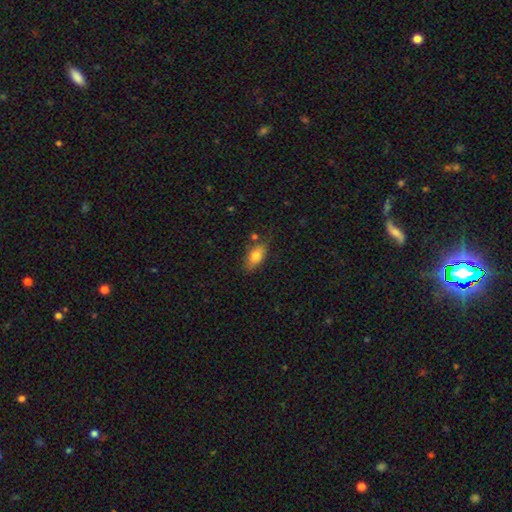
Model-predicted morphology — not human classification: A smooth galaxy with no disk features (77%) that is in between round and cigar-shaped (85%).

Vote fractions:
- Smooth or featured? smooth: 77% / featured or disk: 15% / star or artifact: 8%
- How rounded? in between: 85% / cigar-shaped: 10% / round: 5%
- Merging? none: 72% / minor disturbance: 20% / merger: 4% / major disturbance: 4%